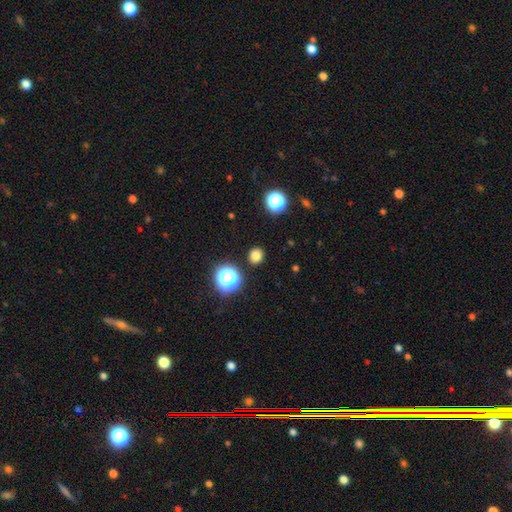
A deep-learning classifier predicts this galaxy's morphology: A smooth galaxy with no disk features (80%) that is round (86%).

Vote fractions:
- Smooth or featured? smooth: 80% / star or artifact: 16% / featured or disk: 4%
- How rounded? round: 86% / in between: 13% / cigar-shaped: 1%
- Merging? none: 91% / minor disturbance: 6% / major disturbance: 2% / merger: 1%